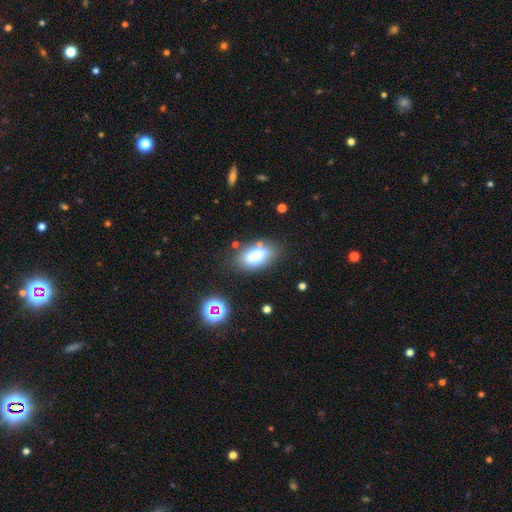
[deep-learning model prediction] A smooth galaxy with no disk features (75%) that is in between round and cigar-shaped (90%). Merging: none (77%).